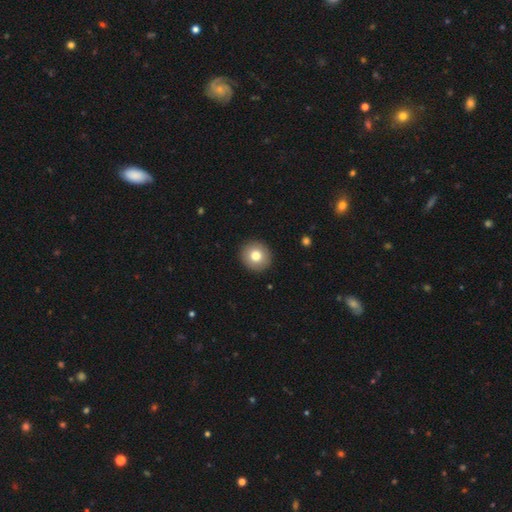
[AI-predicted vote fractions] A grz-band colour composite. It shows a smooth galaxy with no disk features (78%) that is round (92%). Merging: none (92%).